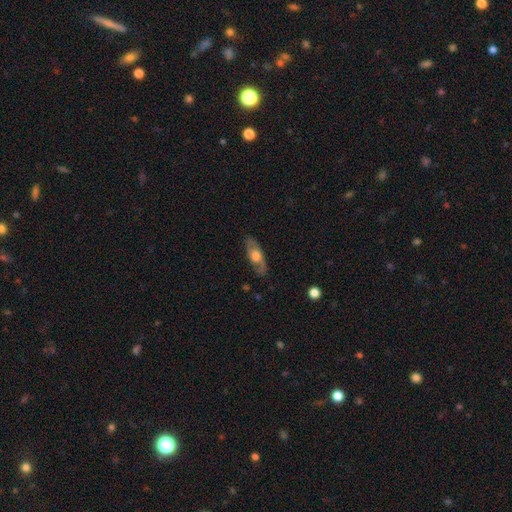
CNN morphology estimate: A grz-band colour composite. It shows a featured or disk galaxy (56%). Merging: none (80%).